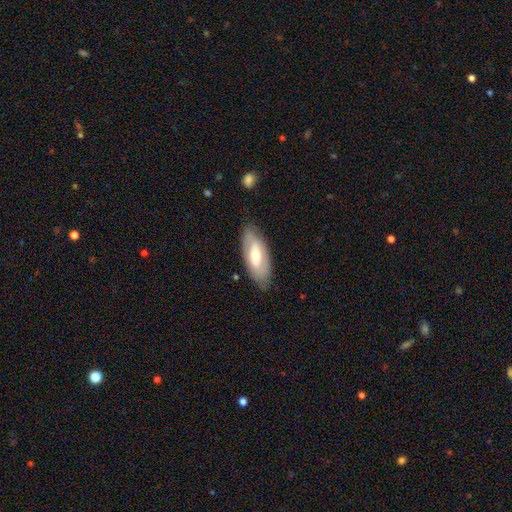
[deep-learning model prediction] This is possibly a featured or disk galaxy (51%). It is clearly not viewed edge-on (80%). Merging: likely none (80%).